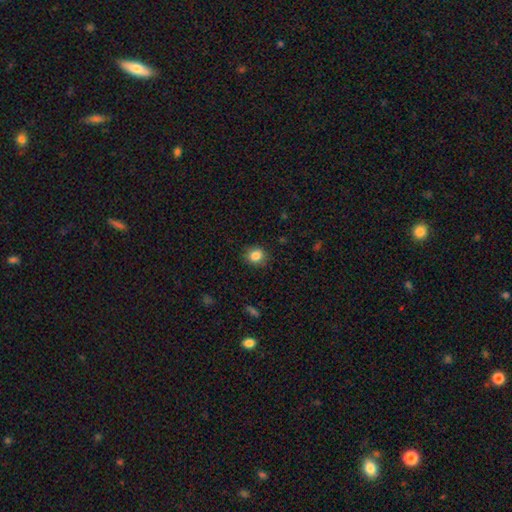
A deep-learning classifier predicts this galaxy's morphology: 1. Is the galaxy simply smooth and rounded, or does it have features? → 84% smooth, 10% star or artifact, 6% featured or disk.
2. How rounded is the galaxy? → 75% round, 24% in between, 1% cigar-shaped.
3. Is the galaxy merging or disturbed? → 88% none, 9% minor disturbance, 2% major disturbance, 1% merger.